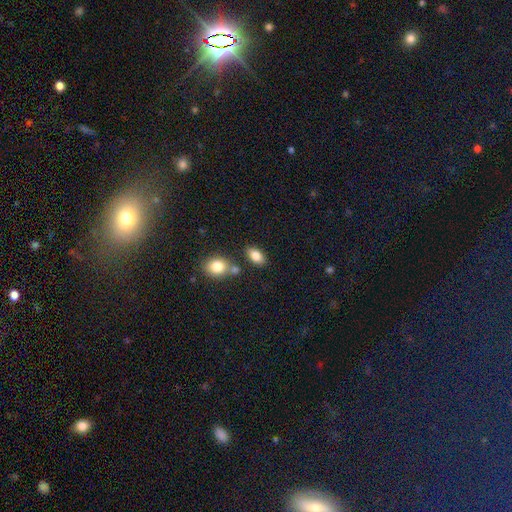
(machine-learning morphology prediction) This is clearly a smooth galaxy (83%). How rounded: clearly in between (88%). Merging: likely none (75%).